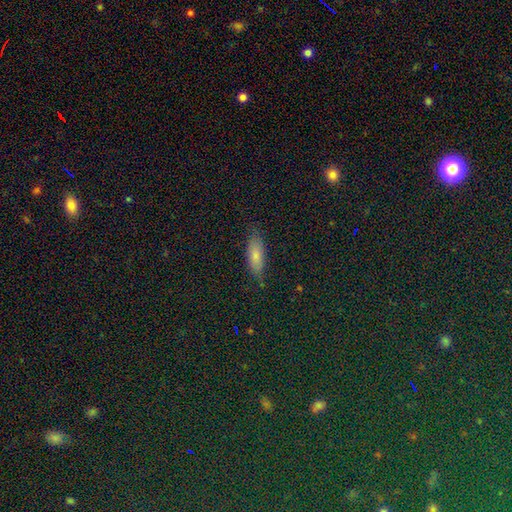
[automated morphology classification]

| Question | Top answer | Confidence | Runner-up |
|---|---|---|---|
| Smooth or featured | smooth | 78% | featured or disk (14%) |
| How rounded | in between | 62% | cigar-shaped (36%) |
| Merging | none | 78% | minor disturbance (17%) |